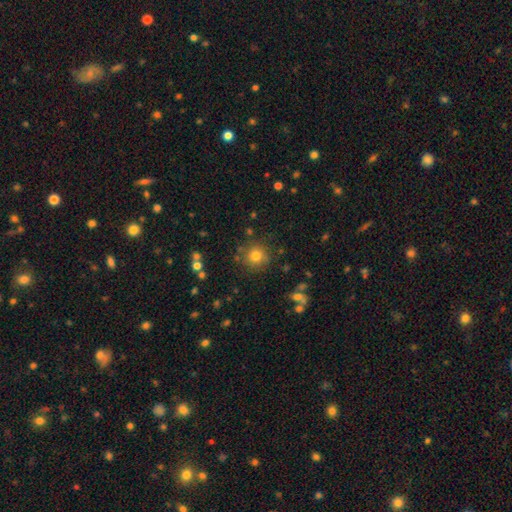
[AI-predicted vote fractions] smooth-or-featured: smooth: 78% | star or artifact: 14% | featured or disk: 8%
  how-rounded: round: 93% | in between: 6% | cigar-shaped: 1%
  merging: none: 84% | minor disturbance: 9% | merger: 4% | major disturbance: 3%